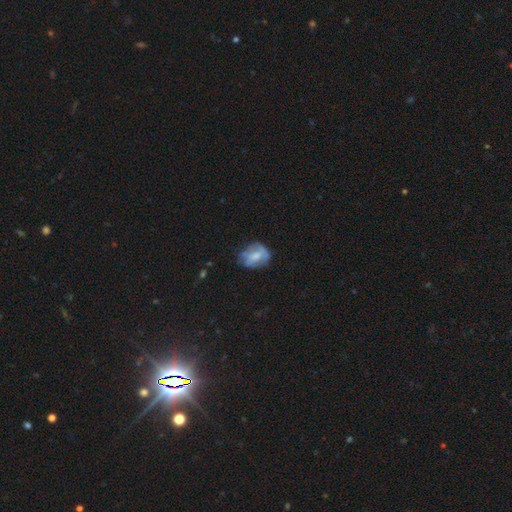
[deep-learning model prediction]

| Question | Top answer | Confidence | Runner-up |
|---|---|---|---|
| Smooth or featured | smooth | 51% | featured or disk (40%) |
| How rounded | in between | 58% | round (41%) |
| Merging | none | 51% | minor disturbance (30%) |